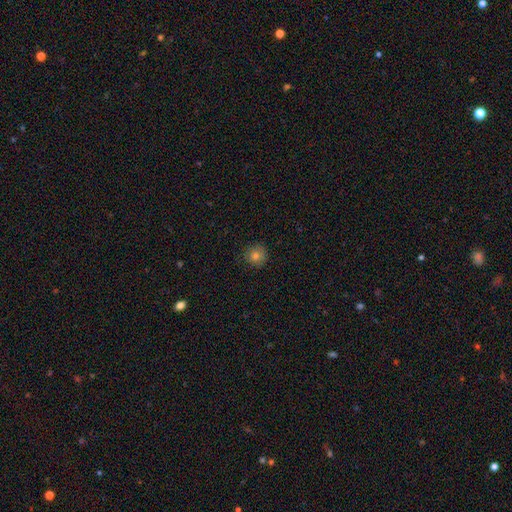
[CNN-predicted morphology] Smooth or featured? smooth (78%)
How rounded? round (94%)
Merging? none (88%)